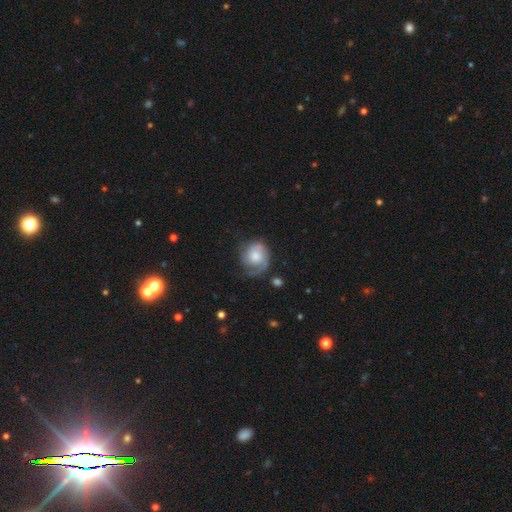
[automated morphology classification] This appears to be a featured or disk galaxy (58%) with no bar (78%), spiral arms (86%) and a moderate central bulge (50%). Merging: none (52%).